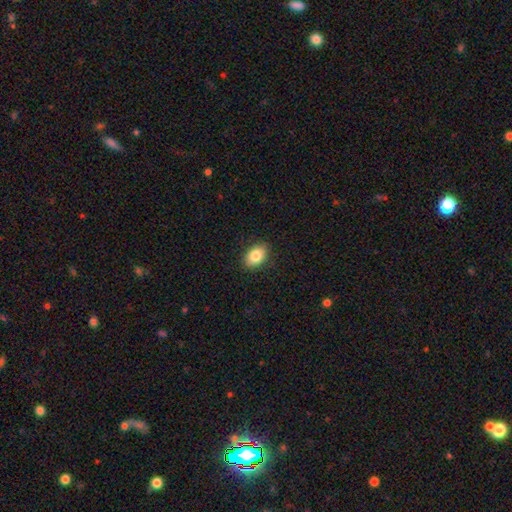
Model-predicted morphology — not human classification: smooth-or-featured: smooth: 85% | featured or disk: 8% | star or artifact: 7%
  how-rounded: in between: 87% | round: 12% | cigar-shaped: 1%
  merging: none: 89% | minor disturbance: 8% | major disturbance: 2% | merger: 1%